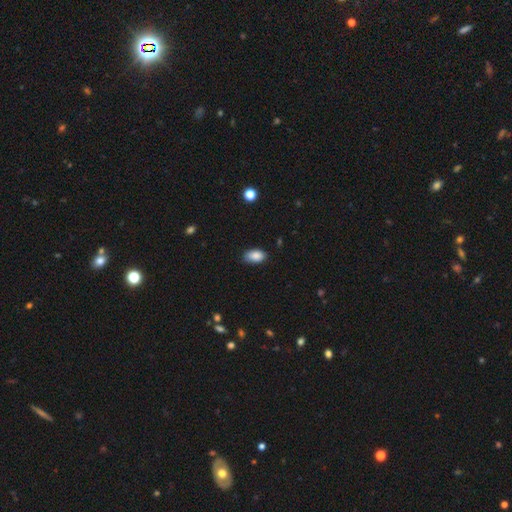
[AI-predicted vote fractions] A smooth galaxy with no disk features (88%) that is in between round and cigar-shaped (93%). Merging: none (81%).